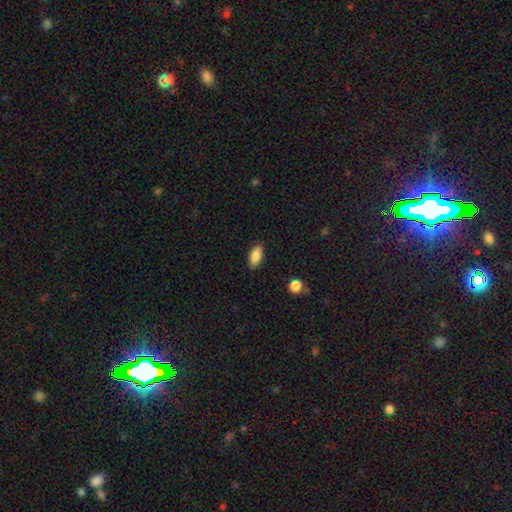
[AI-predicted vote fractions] Morphology: type=smooth (87%); roundness=in between (89%); merging=none (87%).